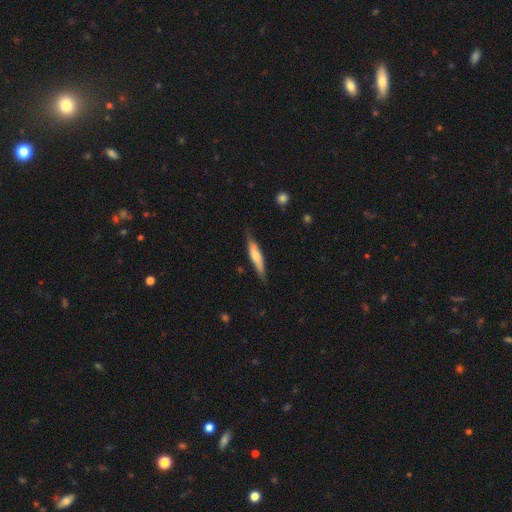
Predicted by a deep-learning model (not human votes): smooth_or_featured: smooth (p=0.57) [alt: featured or disk p=0.38]
how_rounded: cigar-shaped (p=0.85) [alt: in between p=0.14]
merging: none (p=0.79) [alt: minor disturbance p=0.17]